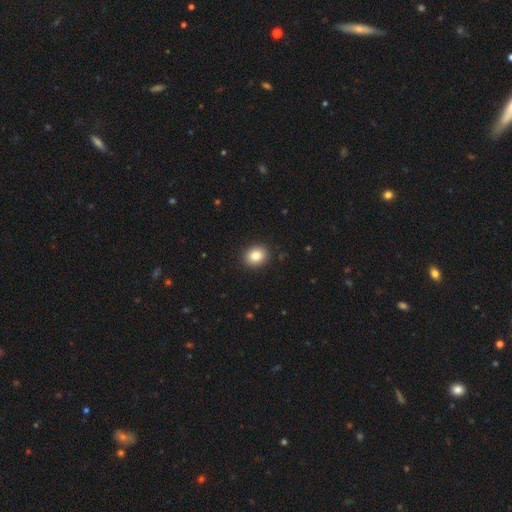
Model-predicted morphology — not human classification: Smooth or featured: smooth — 85% (star or artifact — 9%)
How rounded: round — 59% (in between — 40%)
Merging: none — 91% (minor disturbance — 6%)